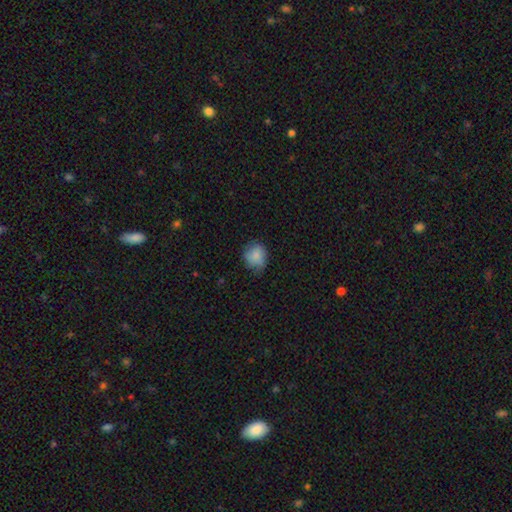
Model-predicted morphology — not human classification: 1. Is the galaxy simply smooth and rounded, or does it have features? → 82% smooth, 10% featured or disk, 8% star or artifact.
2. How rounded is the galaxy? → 74% round, 25% in between, 1% cigar-shaped.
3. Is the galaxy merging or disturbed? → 68% none, 25% minor disturbance, 6% major disturbance, 1% merger.